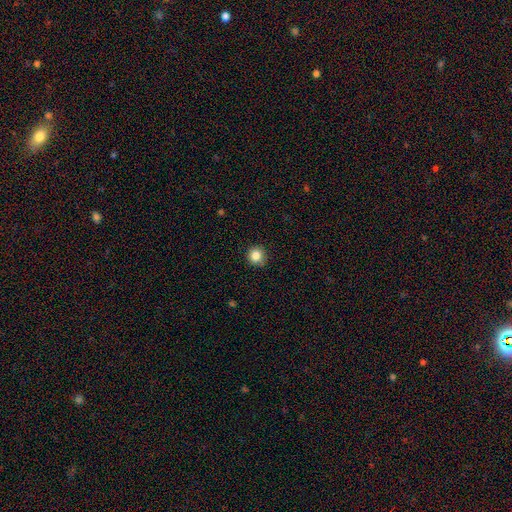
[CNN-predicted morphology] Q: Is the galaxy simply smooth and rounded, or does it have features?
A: smooth — 85%.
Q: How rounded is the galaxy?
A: round — 93%.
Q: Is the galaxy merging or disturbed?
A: none — 88%.